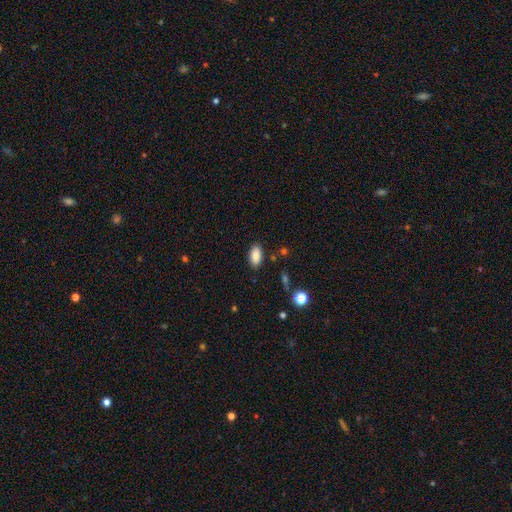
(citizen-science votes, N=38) smooth-or-featured: smooth: 92% | featured or disk: 5% | star or artifact: 3%
  how-rounded: in between: 83% | cigar-shaped: 11% | round: 6%
  merging: none: 84% | minor disturbance: 14% | merger: 3% | major disturbance: 0%